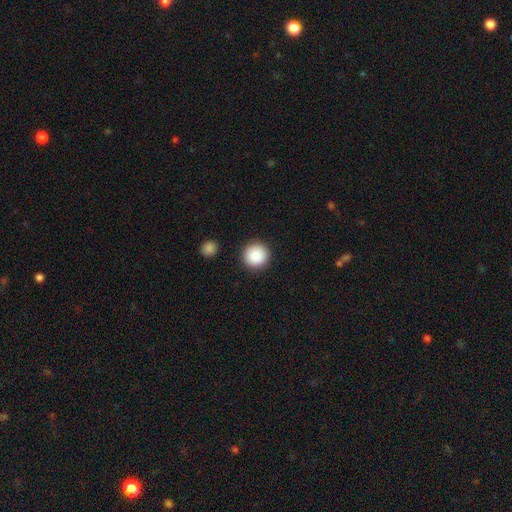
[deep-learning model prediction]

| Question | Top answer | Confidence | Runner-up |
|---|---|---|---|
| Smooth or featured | smooth | 88% | star or artifact (8%) |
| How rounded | round | 96% | in between (3%) |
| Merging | none | 91% | minor disturbance (5%) |